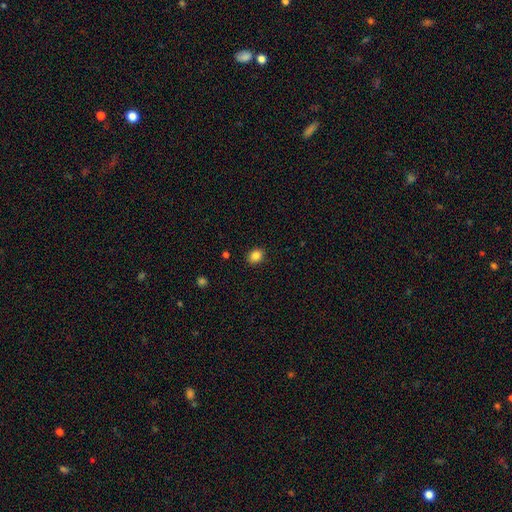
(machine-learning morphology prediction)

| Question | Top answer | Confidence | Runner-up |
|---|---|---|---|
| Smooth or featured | smooth | 85% | star or artifact (10%) |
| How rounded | in between | 51% | round (48%) |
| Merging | none | 90% | minor disturbance (7%) |